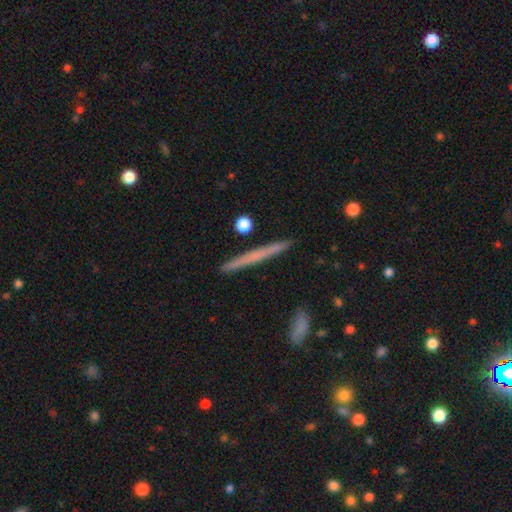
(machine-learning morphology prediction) Smooth or featured? smooth (53%)
How rounded? cigar-shaped (96%)
Merging? none (92%)